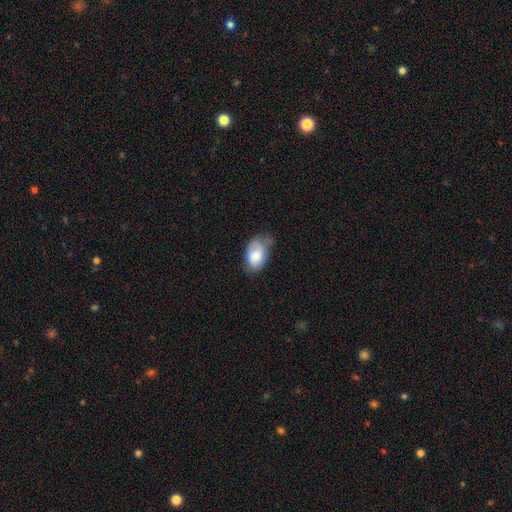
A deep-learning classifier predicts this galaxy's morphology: This appears to be a smooth galaxy with no disk features (73%) that is in between round and cigar-shaped (90%). Merging: minor disturbance (42%).